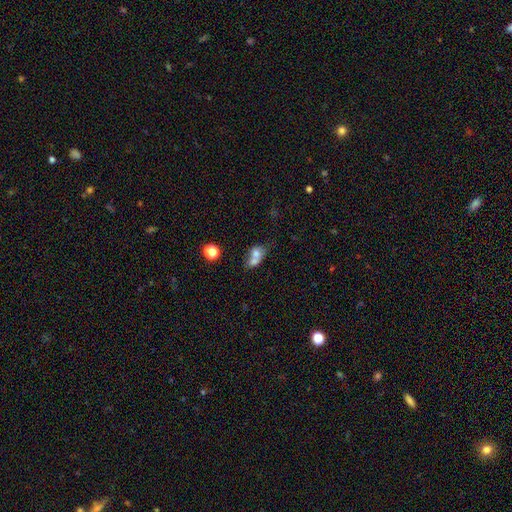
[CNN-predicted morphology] Smooth or featured: smooth — 67% (featured or disk — 22%)
How rounded: in between — 52% (round — 45%)
Merging: merger — 68% (none — 20%)